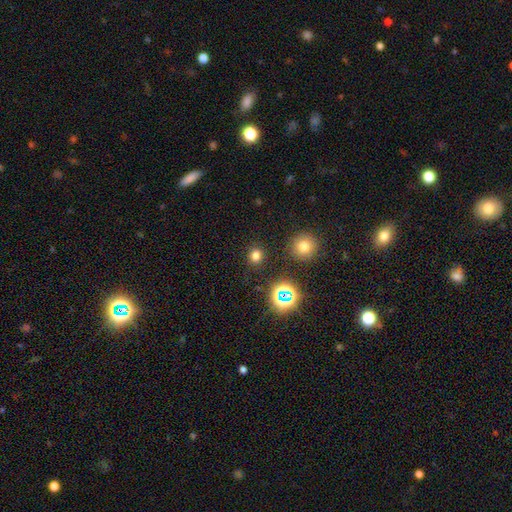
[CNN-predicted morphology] smooth-or-featured: smooth: 72% | star or artifact: 23% | featured or disk: 5%
  how-rounded: round: 84% | in between: 15% | cigar-shaped: 1%
  merging: none: 88% | minor disturbance: 7% | major disturbance: 3% | merger: 2%